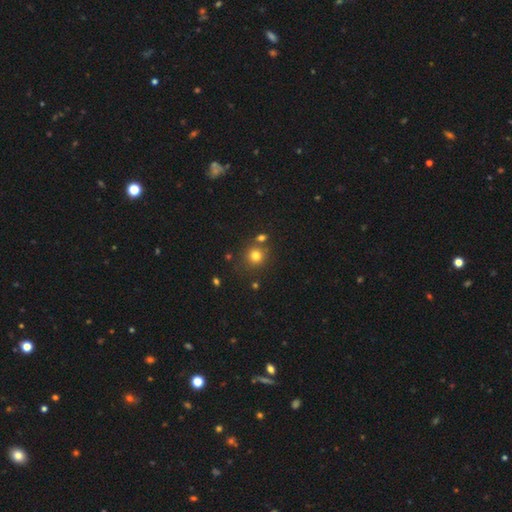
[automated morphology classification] Q: Smooth or featured?
A: smooth (77%); runner-up: star or artifact (16%)
Q: How rounded?
A: round (89%); runner-up: in between (10%)
Q: Merging?
A: none (75%); runner-up: merger (13%)